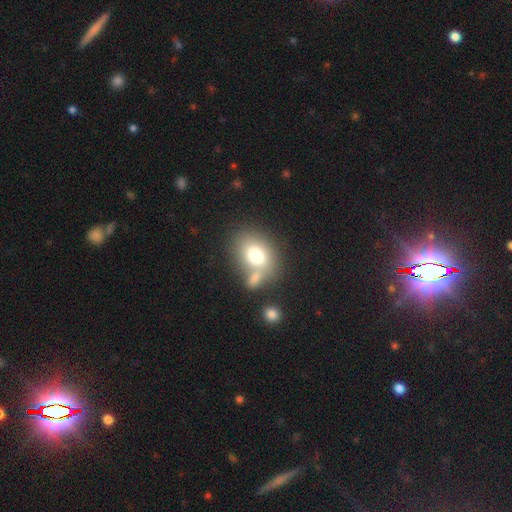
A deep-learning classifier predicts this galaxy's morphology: type=smooth (75%); roundness=in between (61%); merging=none (49%).